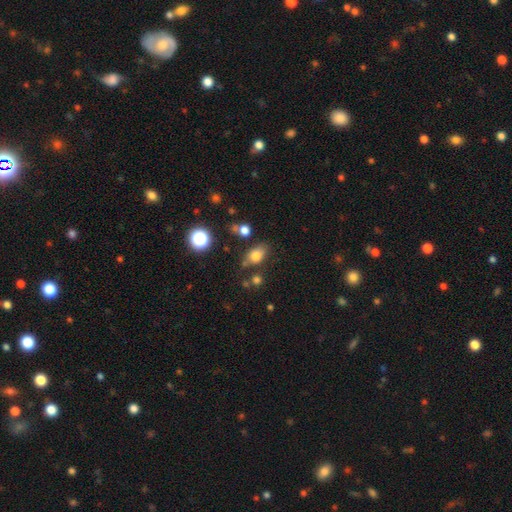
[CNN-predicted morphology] This is likely a smooth galaxy (78%). How rounded: likely in between (78%). Merging: likely none (68%).